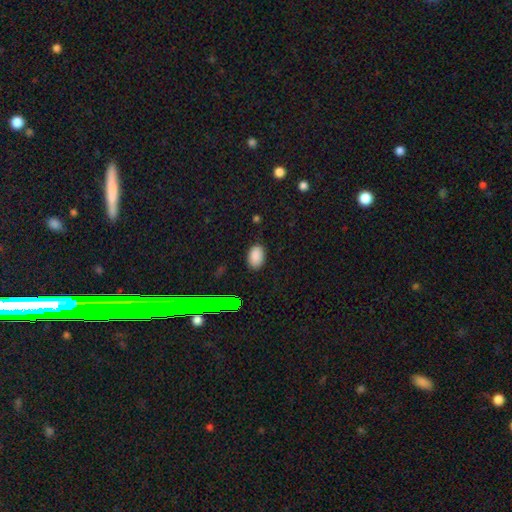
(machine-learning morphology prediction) A smooth galaxy with no disk features (85%) that is in between round and cigar-shaped (91%).

Vote fractions:
- Smooth or featured? smooth: 85% / star or artifact: 11% / featured or disk: 4%
- How rounded? in between: 91% / round: 7% / cigar-shaped: 1%
- Merging? none: 85% / minor disturbance: 11% / major disturbance: 3% / merger: 1%